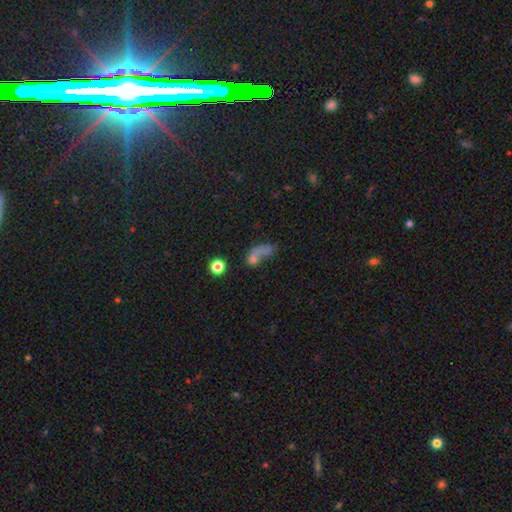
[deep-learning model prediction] Smooth or featured? Predicted: smooth (p=0.58). How rounded? Predicted: in between (p=0.57). Merging? Predicted: major disturbance (p=0.31).